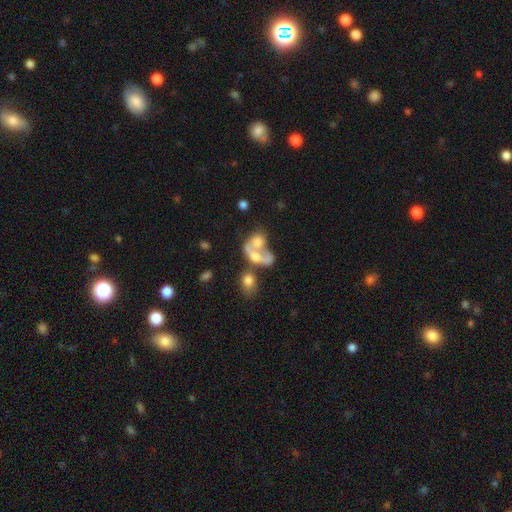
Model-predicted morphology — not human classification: The model was most divided on "smooth or featured": smooth: 44%, featured or disk: 43%, star or artifact: 13%. More confident: merging — merger (66%).